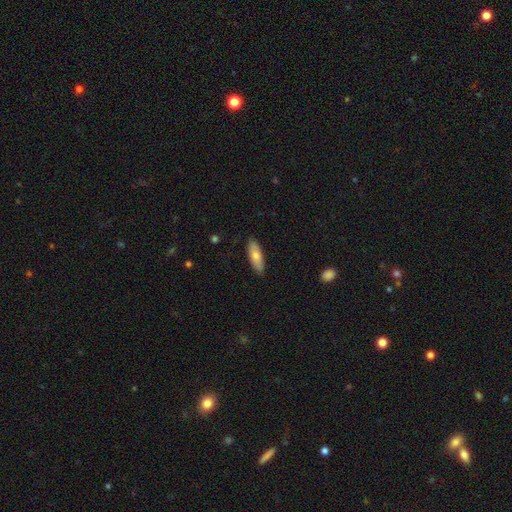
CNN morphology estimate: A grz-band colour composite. It shows a smooth galaxy with no disk features (73%) that is in between round and cigar-shaped (57%). Merging: none (87%).